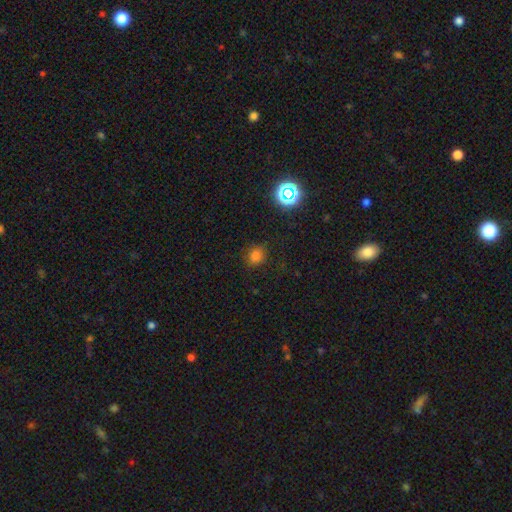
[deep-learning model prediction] smooth_or_featured: smooth (p=0.75) [alt: star or artifact p=0.20]
how_rounded: round (p=0.73) [alt: in between p=0.26]
merging: none (p=0.83) [alt: minor disturbance p=0.12]